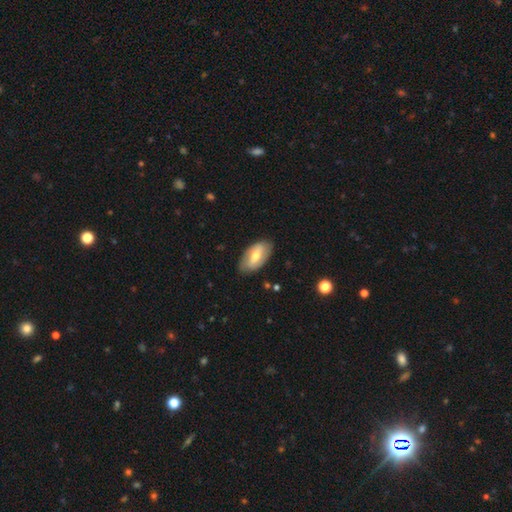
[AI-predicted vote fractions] Smooth or featured? smooth (49%)
Merging? none (82%)